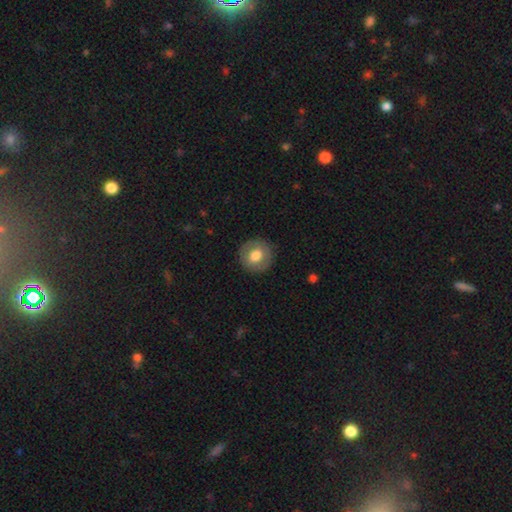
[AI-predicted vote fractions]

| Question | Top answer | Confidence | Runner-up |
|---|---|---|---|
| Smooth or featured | smooth | 69% | featured or disk (24%) |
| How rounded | round | 91% | in between (8%) |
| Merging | none | 88% | minor disturbance (8%) |